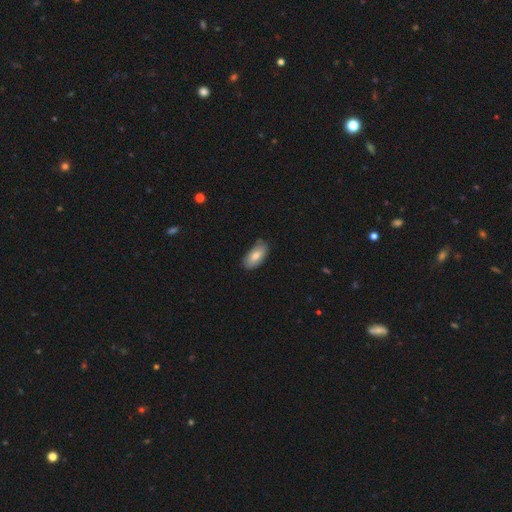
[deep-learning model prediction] A smooth galaxy with no disk features (79%) that is in between round and cigar-shaped (92%).

Vote fractions:
- Smooth or featured? smooth: 79% / featured or disk: 15% / star or artifact: 6%
- How rounded? in between: 92% / cigar-shaped: 6% / round: 3%
- Merging? none: 76% / minor disturbance: 20% / major disturbance: 3% / merger: 1%